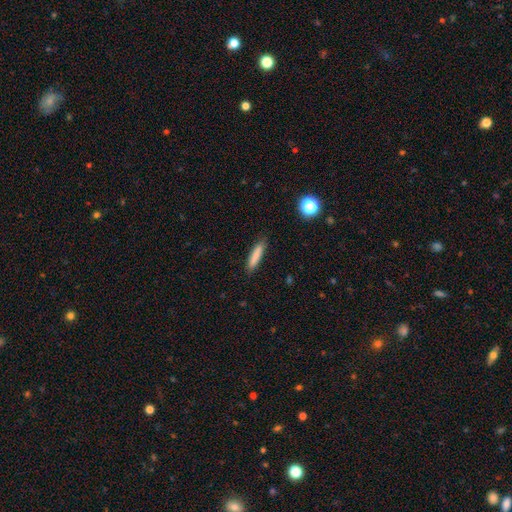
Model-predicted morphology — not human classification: smooth_or_featured: smooth (p=0.84) [alt: featured or disk p=0.09]
how_rounded: cigar-shaped (p=0.86) [alt: in between p=0.12]
merging: none (p=0.87) [alt: minor disturbance p=0.10]